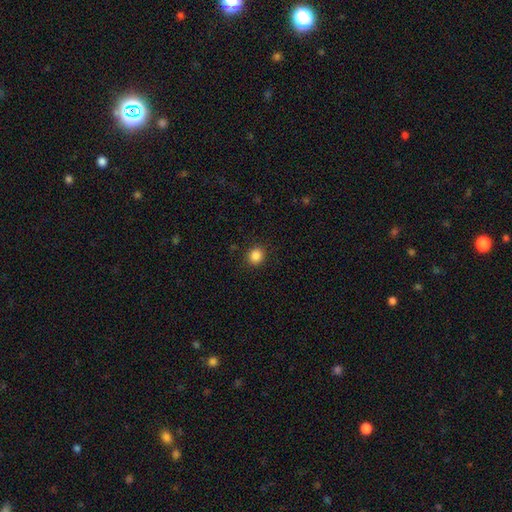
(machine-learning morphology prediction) A smooth galaxy with no disk features (86%) that is round (86%). Merging: none (91%).